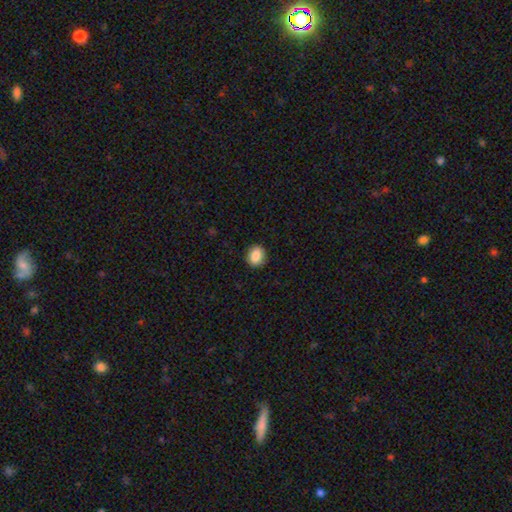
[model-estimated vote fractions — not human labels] A smooth galaxy with no disk features (87%) that is round (62%).

Vote fractions:
- Smooth or featured? smooth: 87% / star or artifact: 8% / featured or disk: 5%
- How rounded? round: 62% / in between: 37% / cigar-shaped: 1%
- Merging? none: 89% / minor disturbance: 8% / major disturbance: 2% / merger: 1%